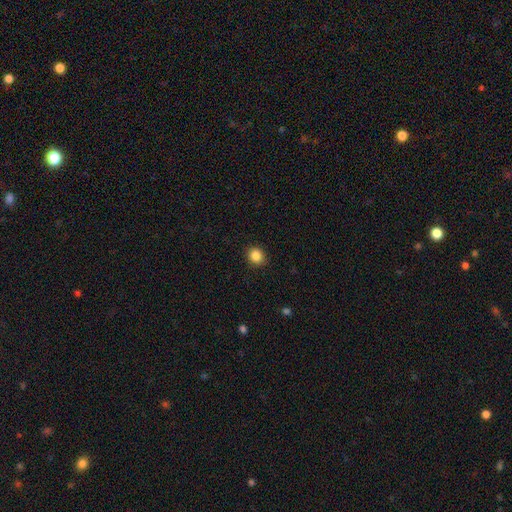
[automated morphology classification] smooth-or-featured: smooth: 85% | star or artifact: 10% | featured or disk: 4%
  how-rounded: round: 78% | in between: 21% | cigar-shaped: 1%
  merging: none: 90% | minor disturbance: 7% | major disturbance: 2% | merger: 1%